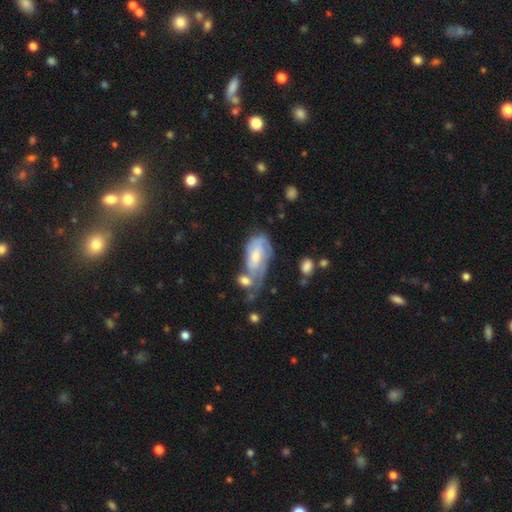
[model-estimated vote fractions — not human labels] Smooth or featured?
  - featured or disk: 59% *
  - smooth: 34%
  - star or artifact: 7%
Edge-on disk?
  - no: 93% *
  - yes: 7%
Bar?
  - no: 58% *
  - weak: 33%
  - strong: 9%
Spiral arms?
  - yes: 77% *
  - no: 23%
Bulge size?
  - moderate: 46% *
  - small: 41%
  - large: 6%
  - none: 5%
  - dominant: 1%
Merging?
  - merger: 31% *
  - none: 27%
  - minor disturbance: 21%
  - major disturbance: 21%